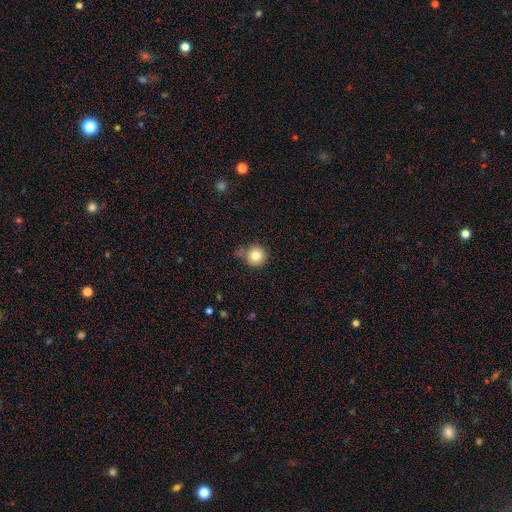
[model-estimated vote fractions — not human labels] Smooth or featured? Predicted: smooth (p=0.81). How rounded? Predicted: round (p=0.95). Merging? Predicted: none (p=0.76).